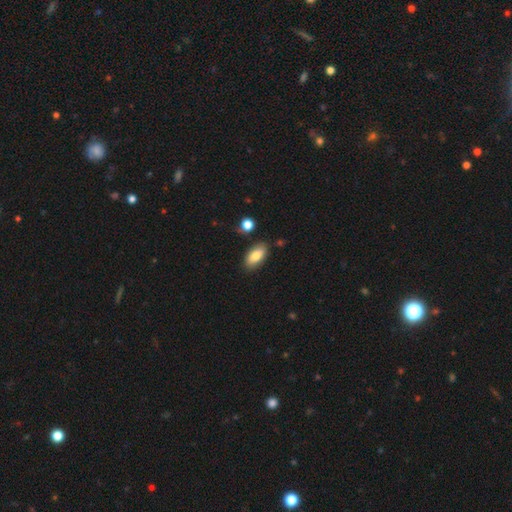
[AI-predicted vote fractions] smooth_or_featured: smooth (p=0.79) [alt: featured or disk p=0.14]
how_rounded: in between (p=0.89) [alt: cigar-shaped p=0.07]
merging: none (p=0.82) [alt: minor disturbance p=0.12]